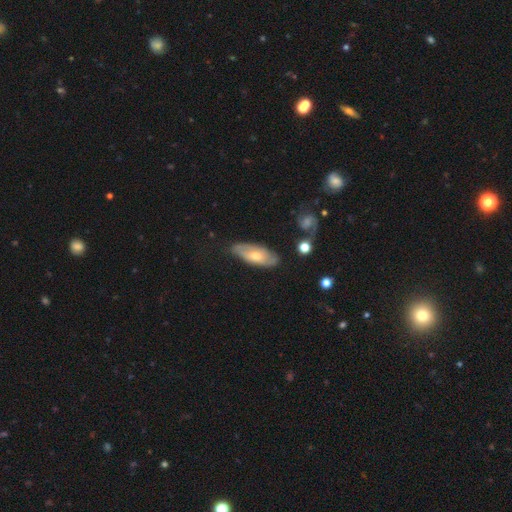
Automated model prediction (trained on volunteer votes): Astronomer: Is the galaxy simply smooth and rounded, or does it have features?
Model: featured or disk — 49% (runner-up: smooth, 45%).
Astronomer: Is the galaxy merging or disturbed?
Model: none — 74%.